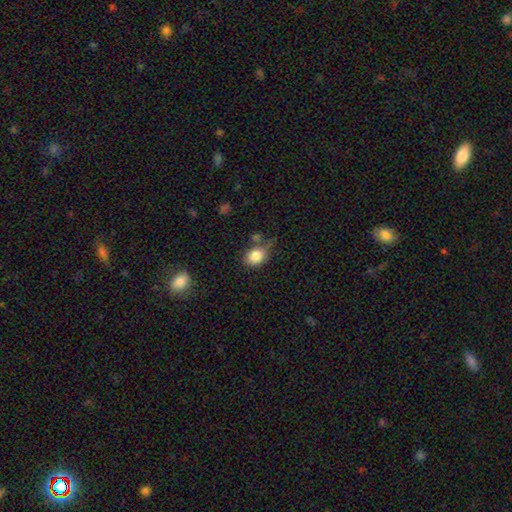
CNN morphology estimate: type=smooth (83%); roundness=in between (54%); merging=none (57%).